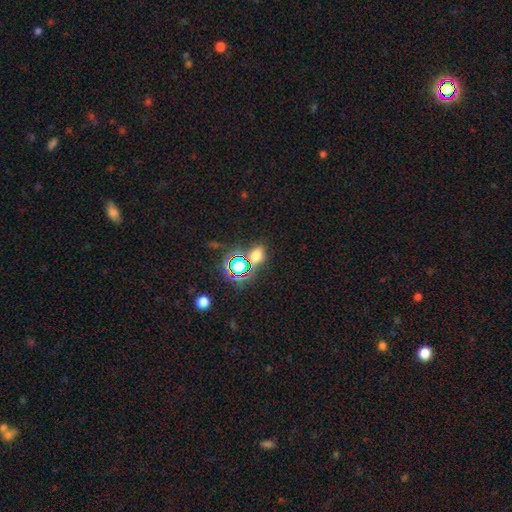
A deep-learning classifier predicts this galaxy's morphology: Smooth or featured?
  - smooth: 53% *
  - star or artifact: 38%
  - featured or disk: 9%
How rounded?
  - in between: 60% *
  - round: 36%
  - cigar-shaped: 3%
Merging?
  - none: 74% *
  - minor disturbance: 12%
  - merger: 8%
  - major disturbance: 6%